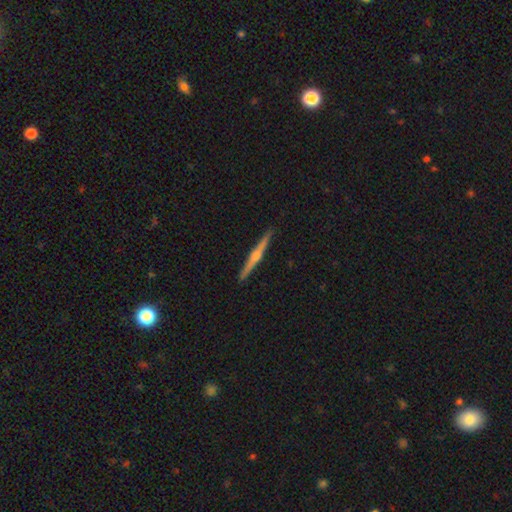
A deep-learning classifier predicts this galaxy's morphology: This appears to be a featured or disk galaxy (75%) viewed edge-on (98%) with a rounded central bulge (81%). Merging: none (92%).